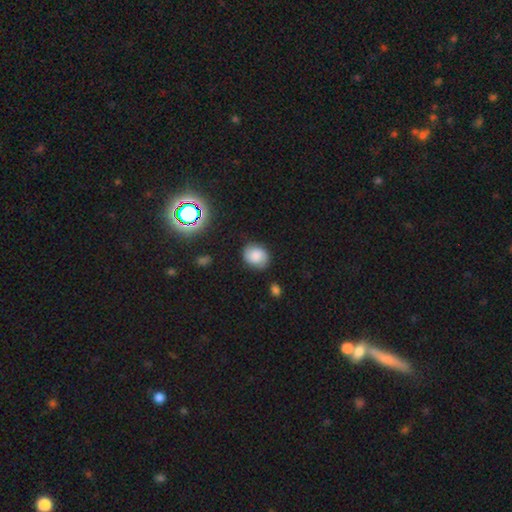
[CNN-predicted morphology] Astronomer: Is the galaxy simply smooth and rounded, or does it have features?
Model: smooth — 74%.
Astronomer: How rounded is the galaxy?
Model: round — 54% (runner-up: in between, 45%).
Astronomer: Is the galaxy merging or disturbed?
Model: none — 76%.